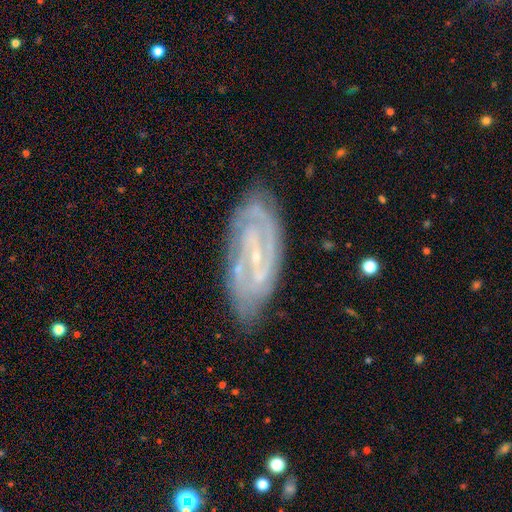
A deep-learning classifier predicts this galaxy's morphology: type=featured or disk (84%); edge-on=no (92%); bar=weak (40%); spiral arms=yes (94%); winding=tight (57%); arm count=2 (55%); bulge=small (81%); merging=none (78%).